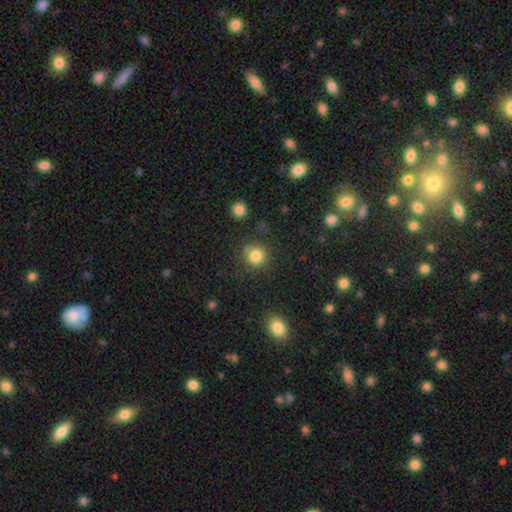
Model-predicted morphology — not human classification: A smooth galaxy with no disk features (82%) that is round (91%).

Vote fractions:
- Smooth or featured? smooth: 82% / star or artifact: 12% / featured or disk: 6%
- How rounded? round: 91% / in between: 8% / cigar-shaped: 1%
- Merging? none: 81% / minor disturbance: 10% / merger: 6% / major disturbance: 4%